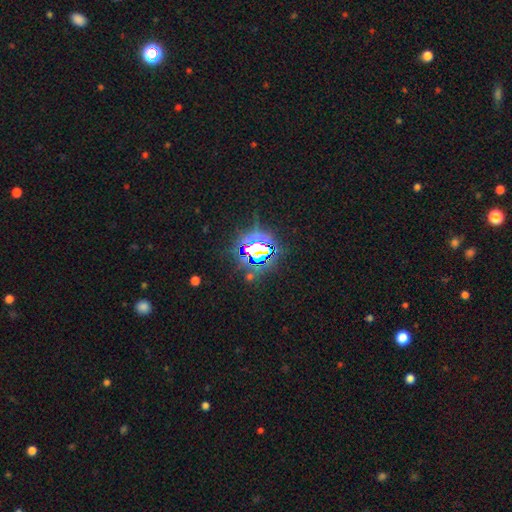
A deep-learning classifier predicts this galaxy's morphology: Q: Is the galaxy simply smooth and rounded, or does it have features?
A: star or artifact — 82%.